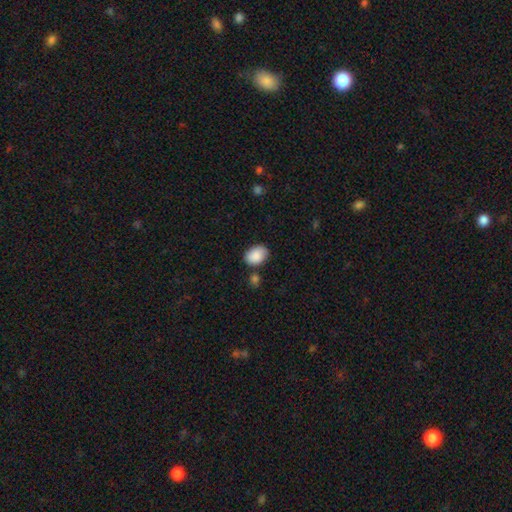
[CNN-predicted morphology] Smooth or featured: smooth — 87% (star or artifact — 7%)
How rounded: in between — 79% (round — 20%)
Merging: none — 71% (minor disturbance — 18%)